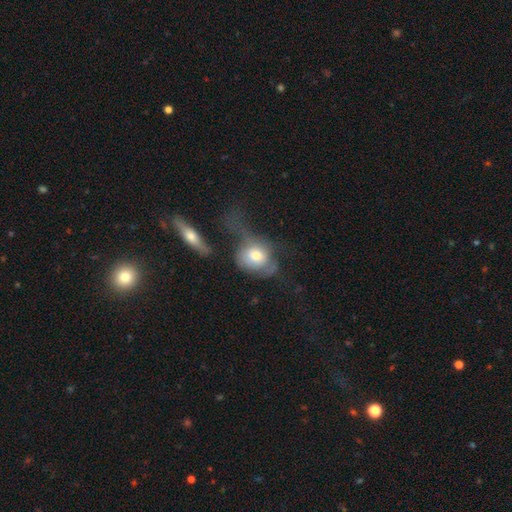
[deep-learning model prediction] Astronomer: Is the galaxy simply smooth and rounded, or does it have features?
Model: smooth — 66%.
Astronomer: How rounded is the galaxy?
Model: round — 63%.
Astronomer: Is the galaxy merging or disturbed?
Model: major disturbance — 44% (runner-up: merger, 20%).